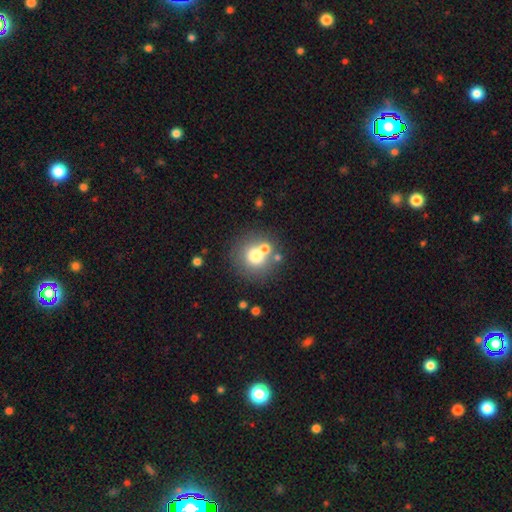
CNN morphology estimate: smooth-or-featured: smooth: 69% | featured or disk: 17% | star or artifact: 14%
  how-rounded: round: 91% | in between: 8% | cigar-shaped: 1%
  merging: none: 62% | merger: 24% | minor disturbance: 9% | major disturbance: 5%